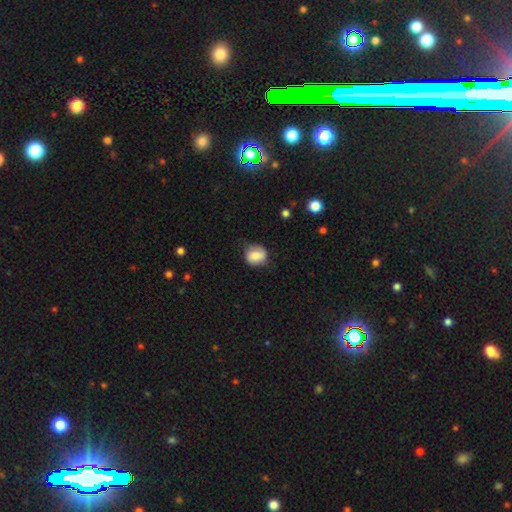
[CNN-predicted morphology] smooth-or-featured: smooth: 79% | featured or disk: 13% | star or artifact: 8%
  how-rounded: round: 62% | in between: 37% | cigar-shaped: 1%
  merging: none: 65% | minor disturbance: 26% | major disturbance: 7% | merger: 1%